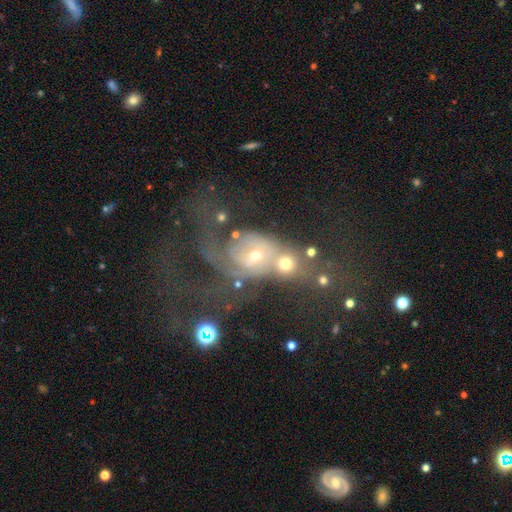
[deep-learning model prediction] This appears to be a featured or disk galaxy (60%) with no bar (81%), no spiral arms (52%) and a small central bulge (51%). Merging: merger (40%).